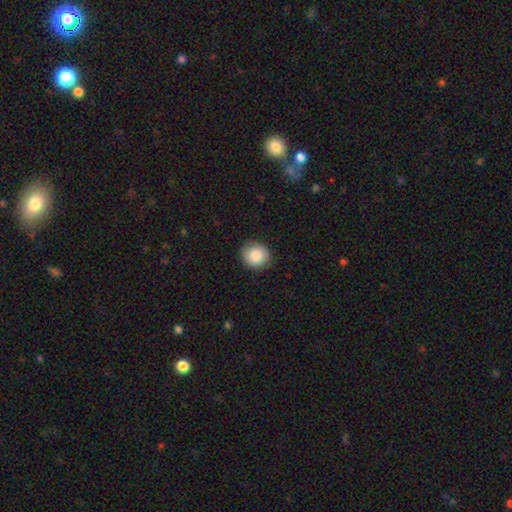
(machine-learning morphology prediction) This appears to be a smooth galaxy with no disk features (87%) that is round (81%). Merging: none (88%).